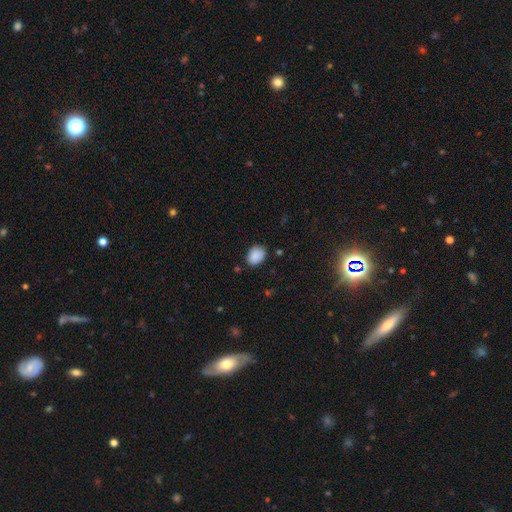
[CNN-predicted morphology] Smooth or featured? smooth (89%)
How rounded? in between (68%)
Merging? none (80%)